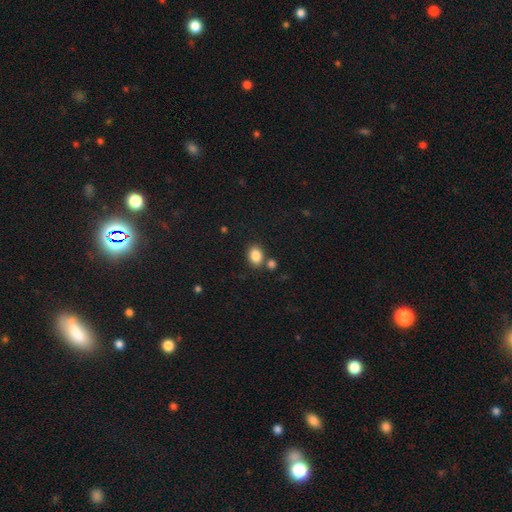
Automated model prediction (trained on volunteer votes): Smooth or featured? Predicted: smooth (p=0.85). How rounded? Predicted: in between (p=0.68). Merging? Predicted: none (p=0.73).